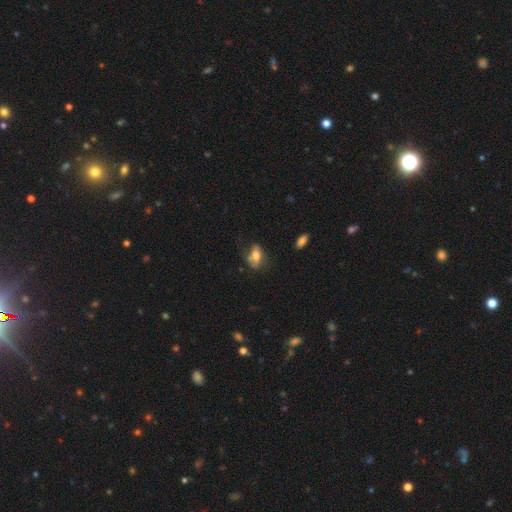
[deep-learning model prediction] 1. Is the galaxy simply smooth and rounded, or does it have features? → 64% smooth, 27% featured or disk, 9% star or artifact.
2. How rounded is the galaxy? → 84% in between, 9% round, 6% cigar-shaped.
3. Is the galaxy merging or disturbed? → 56% none, 27% minor disturbance, 12% major disturbance, 5% merger.